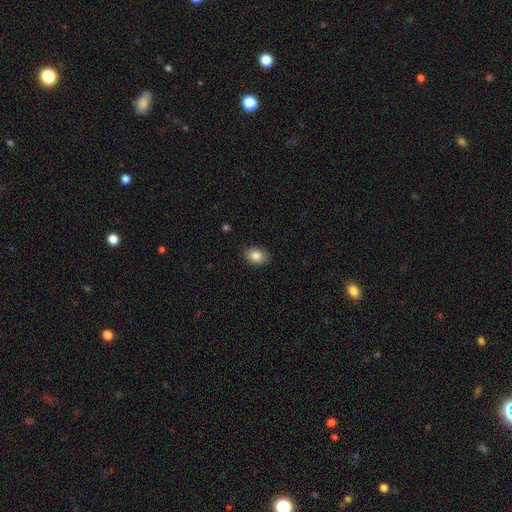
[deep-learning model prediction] smooth_or_featured: smooth (p=0.86) [alt: star or artifact p=0.08]
how_rounded: in between (p=0.73) [alt: round p=0.26]
merging: none (p=0.86) [alt: minor disturbance p=0.11]